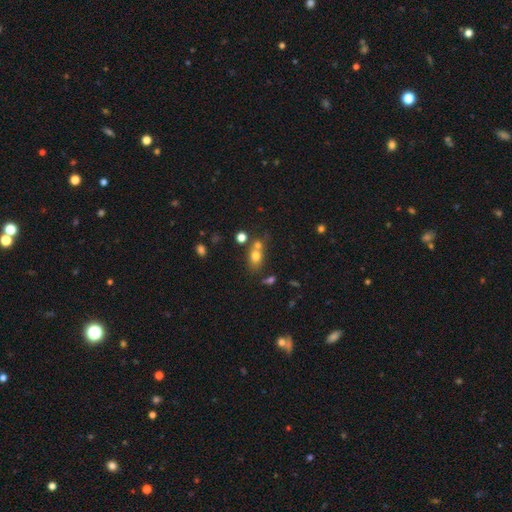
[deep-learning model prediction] This is likely a smooth galaxy (71%). How rounded: likely in between (60%). Merging: possibly none (46%).